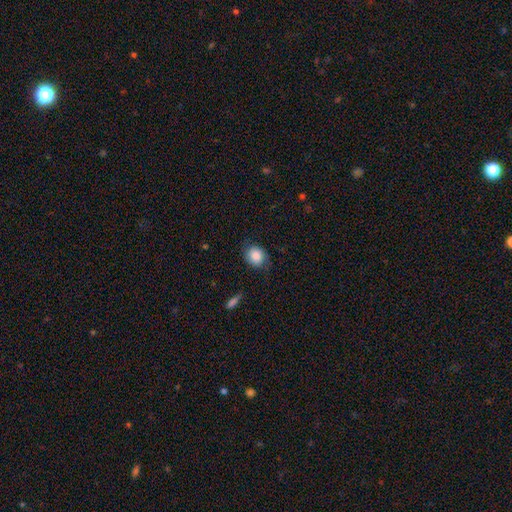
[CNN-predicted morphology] Overall: smooth (83%). How rounded: round (62%; in between 37%). Merging: none (74%).